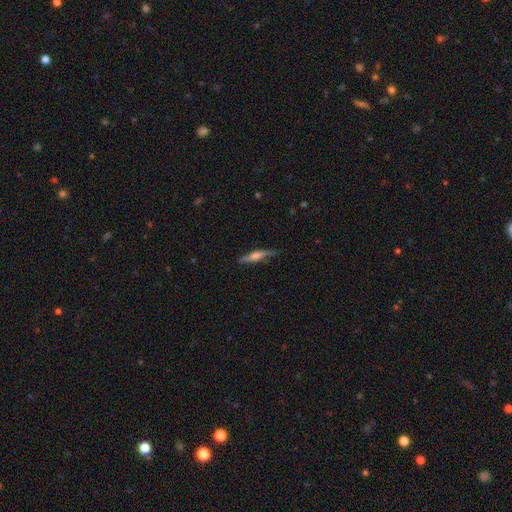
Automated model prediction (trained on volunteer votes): This appears to be a featured or disk galaxy (58%) viewed edge-on (95%) with a rounded central bulge (78%). Merging: none (82%).